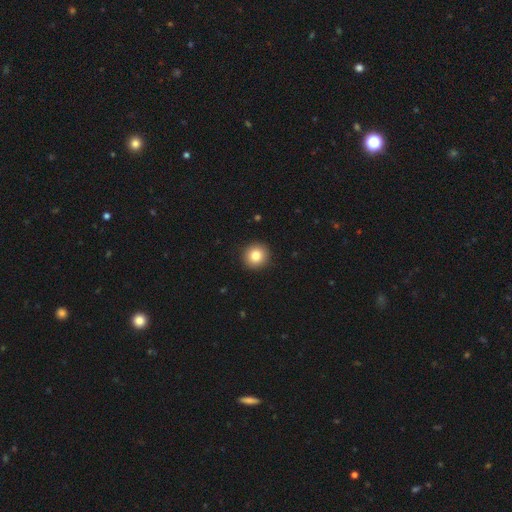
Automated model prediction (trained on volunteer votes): Smooth or featured? Predicted: smooth (p=0.83). How rounded? Predicted: round (p=0.93). Merging? Predicted: none (p=0.93).